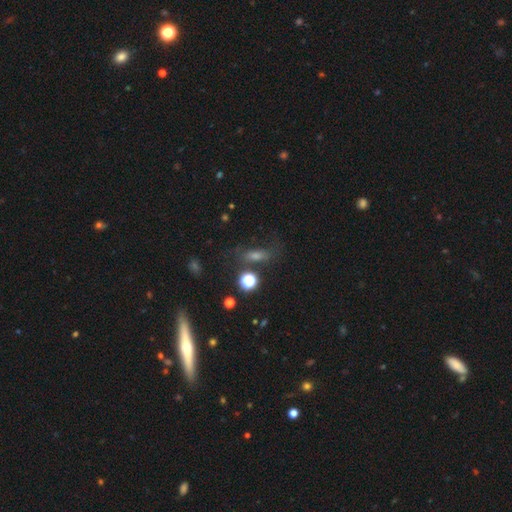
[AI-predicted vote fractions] Smooth or featured? Predicted: smooth (p=0.46). Merging? Predicted: none (p=0.60).